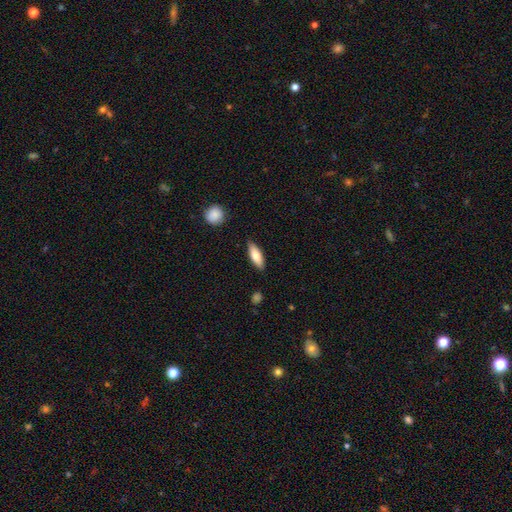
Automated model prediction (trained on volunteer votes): smooth 77%, featured or disk 17%, star or artifact 6%. Down the decision tree: how rounded — in between (60%); merging — none (85%).